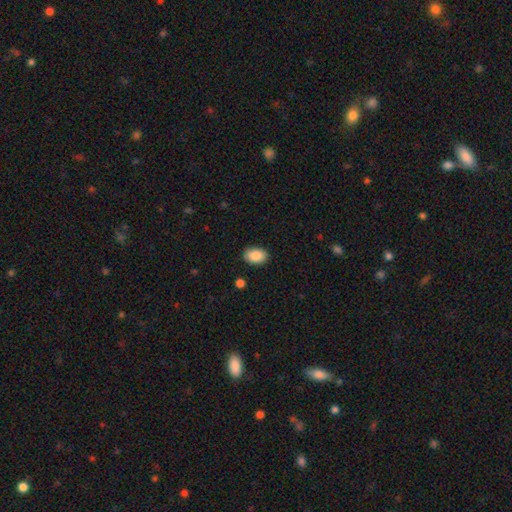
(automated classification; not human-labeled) Morphology: type=smooth (88%); roundness=in between (86%); merging=none (88%).